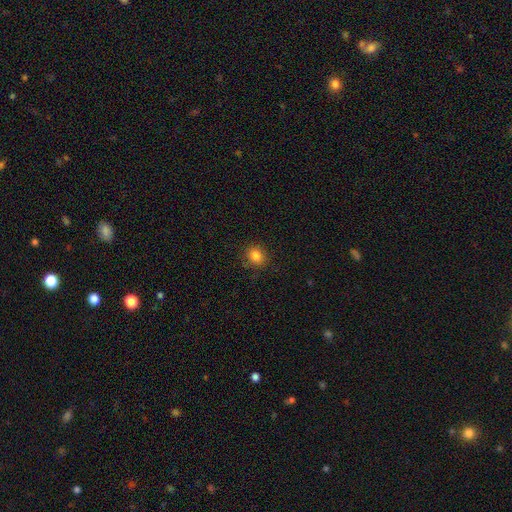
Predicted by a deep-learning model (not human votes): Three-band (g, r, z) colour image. It shows a smooth galaxy with no disk features (84%) that is round (72%). Merging: none (88%).